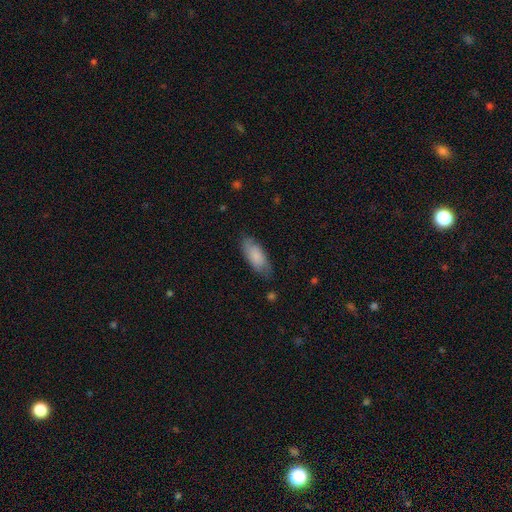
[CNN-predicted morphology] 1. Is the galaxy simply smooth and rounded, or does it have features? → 80% smooth, 15% featured or disk, 6% star or artifact.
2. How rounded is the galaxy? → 80% in between, 19% cigar-shaped, 2% round.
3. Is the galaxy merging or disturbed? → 73% none, 21% minor disturbance, 4% major disturbance, 1% merger.